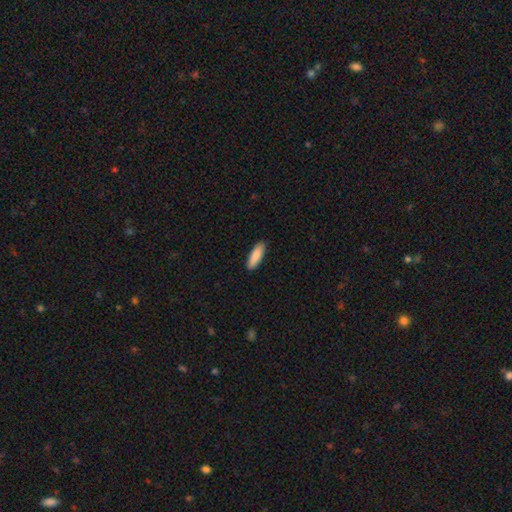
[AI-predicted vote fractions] smooth 89%, featured or disk 6%, star or artifact 5%. Down the decision tree: how rounded — cigar-shaped (50%); merging — none (89%).